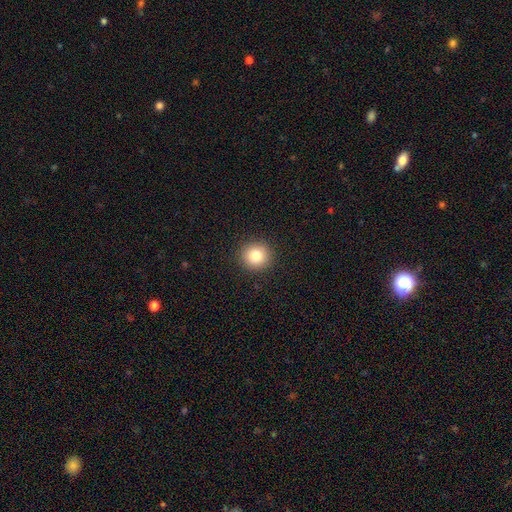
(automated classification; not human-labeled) Q: Smooth or featured?
A: smooth (81%); runner-up: star or artifact (11%)
Q: How rounded?
A: round (93%); runner-up: in between (6%)
Q: Merging?
A: none (92%); runner-up: minor disturbance (5%)